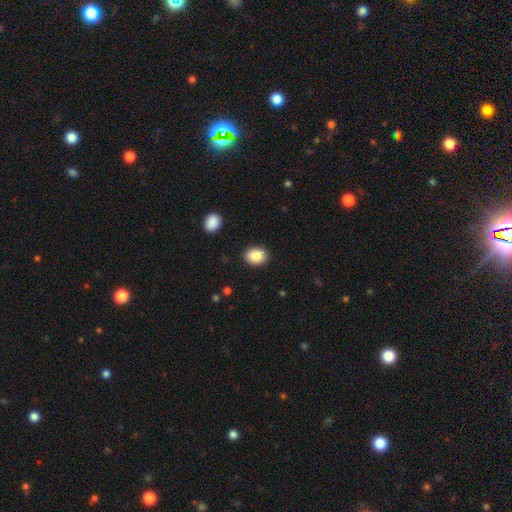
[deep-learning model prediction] A smooth galaxy with no disk features (87%) that is in between round and cigar-shaped (56%). Merging: none (89%).